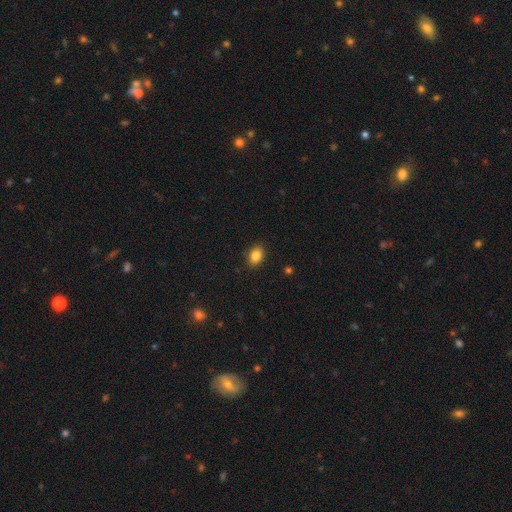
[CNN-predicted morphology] Smooth or featured? Predicted: smooth (p=0.86). How rounded? Predicted: in between (p=0.72). Merging? Predicted: none (p=0.88).